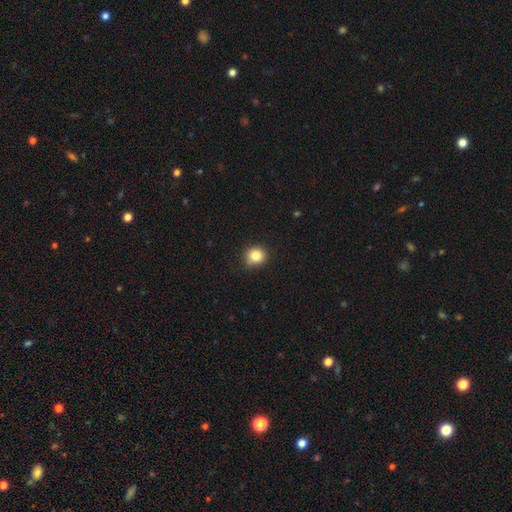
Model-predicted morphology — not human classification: A smooth galaxy with no disk features (83%) that is round (87%). Merging: none (82%).